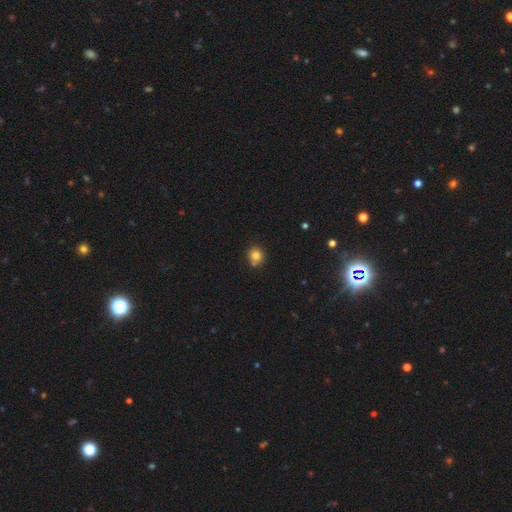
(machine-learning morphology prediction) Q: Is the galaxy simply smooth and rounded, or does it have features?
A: smooth — 81%.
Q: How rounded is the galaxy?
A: round — 88%.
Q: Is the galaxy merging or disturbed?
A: none — 69%.